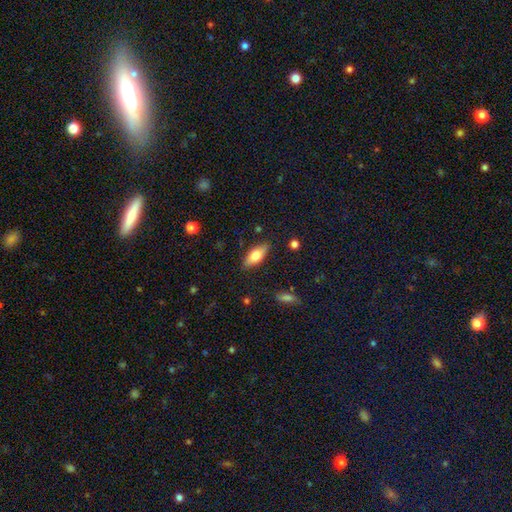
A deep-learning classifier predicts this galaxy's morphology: smooth_or_featured: smooth (p=0.72) [alt: featured or disk p=0.22]
how_rounded: in between (p=0.80) [alt: cigar-shaped p=0.18]
merging: none (p=0.85) [alt: minor disturbance p=0.11]